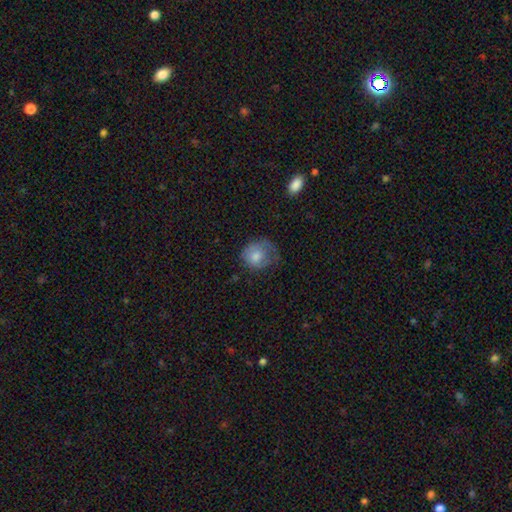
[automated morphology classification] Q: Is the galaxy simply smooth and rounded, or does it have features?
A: smooth — 73%.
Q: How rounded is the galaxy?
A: round — 73%.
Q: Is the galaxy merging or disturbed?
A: none — 39%.